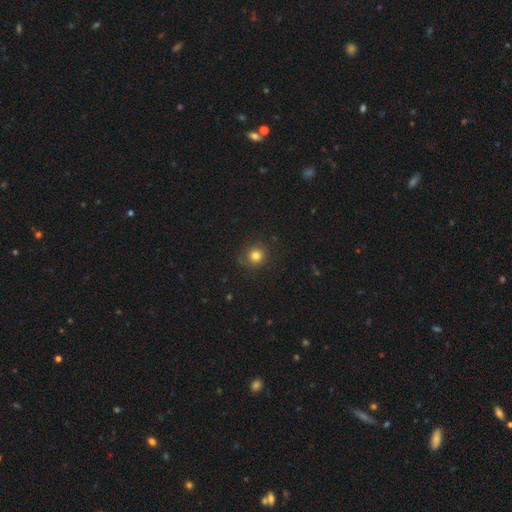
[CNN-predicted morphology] A smooth galaxy with no disk features (80%) that is round (91%). Merging: none (86%).